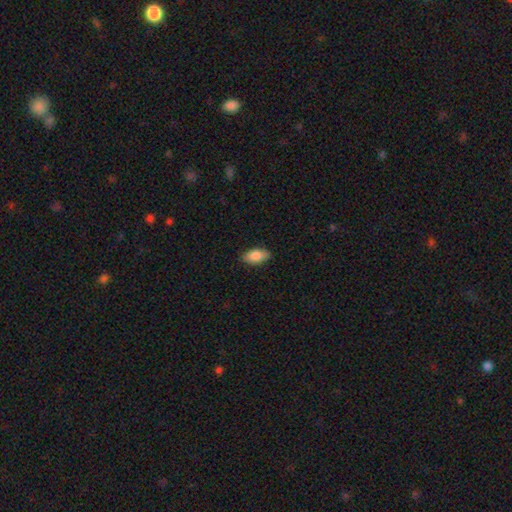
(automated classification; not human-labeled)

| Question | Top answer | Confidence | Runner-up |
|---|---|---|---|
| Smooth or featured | smooth | 86% | featured or disk (8%) |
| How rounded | in between | 91% | cigar-shaped (5%) |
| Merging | none | 86% | minor disturbance (11%) |